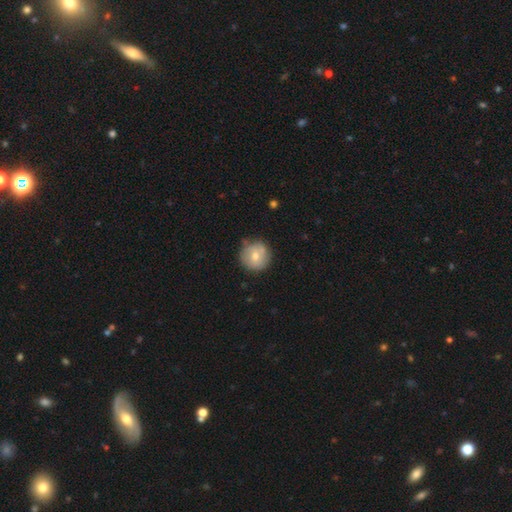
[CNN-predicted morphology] A smooth galaxy with no disk features (65%) that is round (94%).

Vote fractions:
- Smooth or featured? smooth: 65% / featured or disk: 28% / star or artifact: 7%
- How rounded? round: 94% / in between: 5% / cigar-shaped: 1%
- Merging? none: 79% / minor disturbance: 15% / major disturbance: 3% / merger: 2%